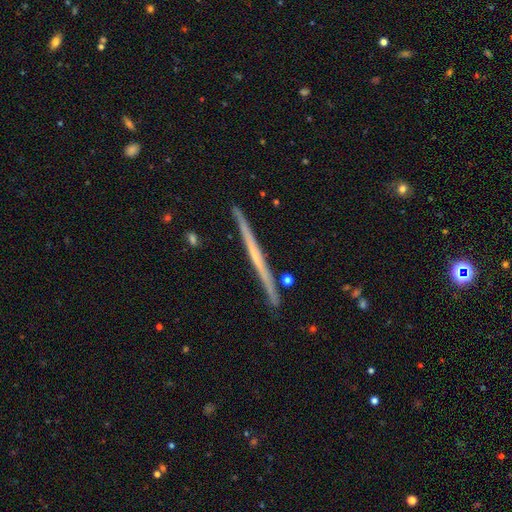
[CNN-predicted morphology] A featured or disk galaxy (67%) viewed edge-on (98%) with no central bulge (82%).

Vote fractions:
- Smooth or featured? featured or disk: 67% / smooth: 27% / star or artifact: 6%
- Edge-on disk? yes: 98% / no: 2%
- Edge-on bulge? none: 82% / rounded: 14% / boxy: 5%
- Merging? none: 91% / minor disturbance: 6% / merger: 2% / major disturbance: 1%